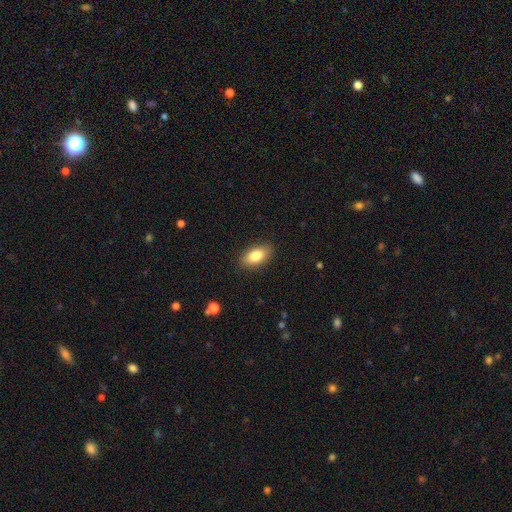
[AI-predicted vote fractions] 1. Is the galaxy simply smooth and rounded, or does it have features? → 82% smooth, 10% featured or disk, 7% star or artifact.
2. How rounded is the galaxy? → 91% in between, 5% round, 4% cigar-shaped.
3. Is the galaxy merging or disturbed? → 88% none, 9% minor disturbance, 2% major disturbance, 1% merger.